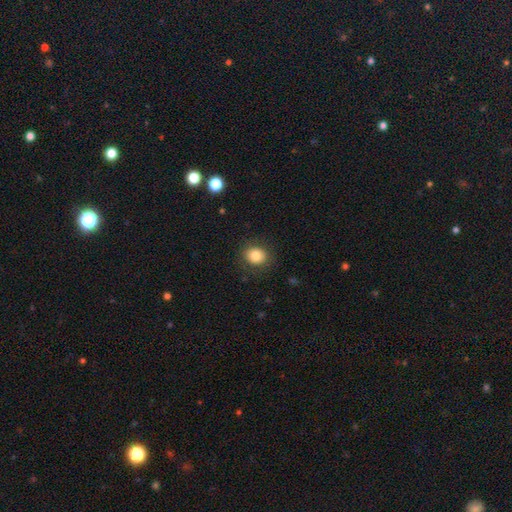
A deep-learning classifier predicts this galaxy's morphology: Smooth or featured? Predicted: smooth (p=0.82). How rounded? Predicted: round (p=0.72). Merging? Predicted: none (p=0.87).